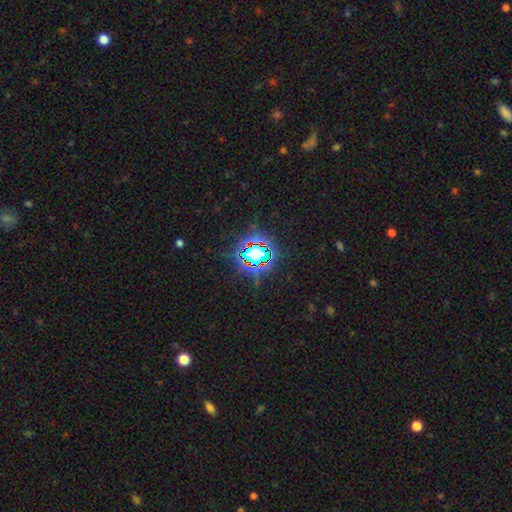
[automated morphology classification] Smooth or featured: star or artifact — 78% (smooth — 13%)